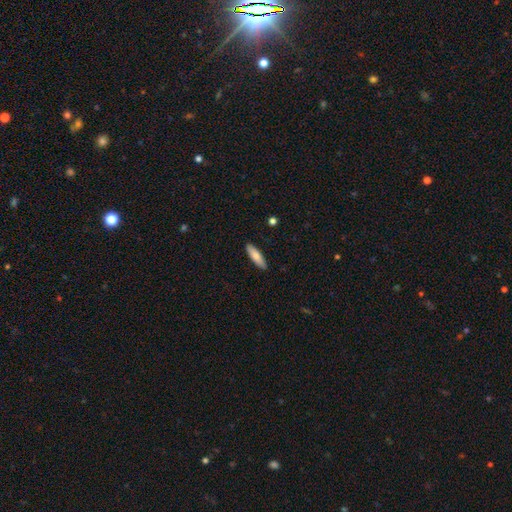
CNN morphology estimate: Q: Smooth or featured?
A: smooth (77%); runner-up: featured or disk (18%)
Q: How rounded?
A: cigar-shaped (59%); runner-up: in between (39%)
Q: Merging?
A: none (90%); runner-up: minor disturbance (8%)